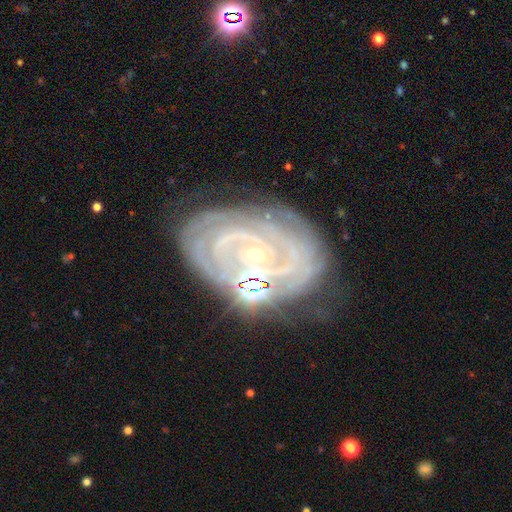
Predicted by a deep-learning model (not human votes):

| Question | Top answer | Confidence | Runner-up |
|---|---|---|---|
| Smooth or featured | featured or disk | 87% | star or artifact (7%) |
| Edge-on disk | no | 97% | yes (3%) |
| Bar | no | 59% | weak (29%) |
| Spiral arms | yes | 96% | no (4%) |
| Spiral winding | tight | 77% | medium (19%) |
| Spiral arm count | can't tell | 29% | 2 (25%) |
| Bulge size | small | 82% | moderate (13%) |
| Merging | none | 63% | minor disturbance (19%) |